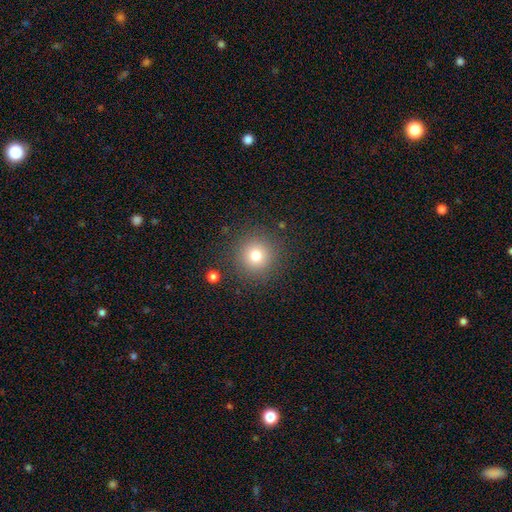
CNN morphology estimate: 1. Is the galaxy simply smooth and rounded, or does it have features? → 77% smooth, 13% star or artifact, 9% featured or disk.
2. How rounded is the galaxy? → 95% round, 4% in between, 1% cigar-shaped.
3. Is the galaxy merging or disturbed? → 88% none, 7% minor disturbance, 3% major disturbance, 2% merger.